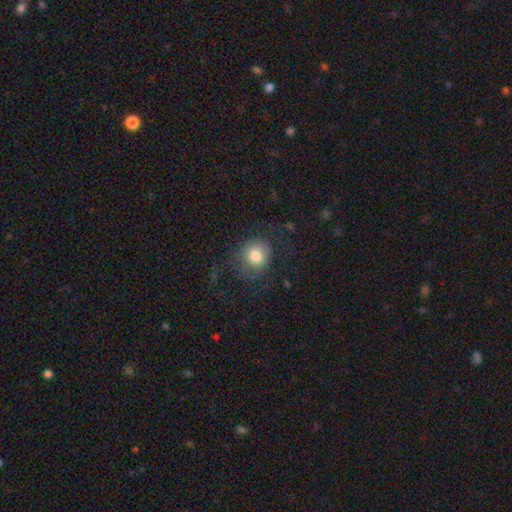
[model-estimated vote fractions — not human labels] Smooth or featured: smooth — 69% (featured or disk — 21%)
How rounded: round — 78% (in between — 21%)
Merging: none — 57% (major disturbance — 24%)